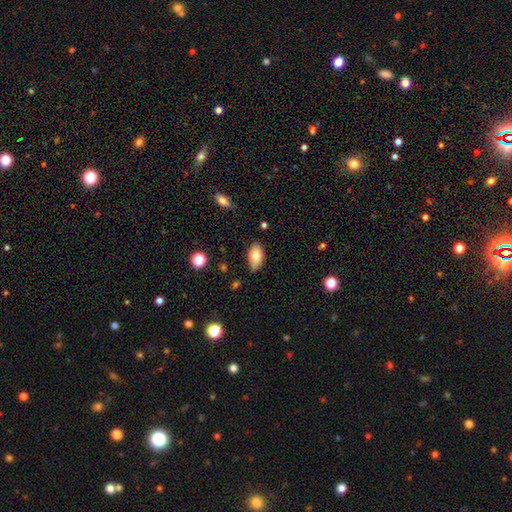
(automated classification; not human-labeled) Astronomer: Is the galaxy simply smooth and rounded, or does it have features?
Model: smooth — 79%.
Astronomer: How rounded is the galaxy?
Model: in between — 93%.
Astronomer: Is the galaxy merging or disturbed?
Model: none — 79%.